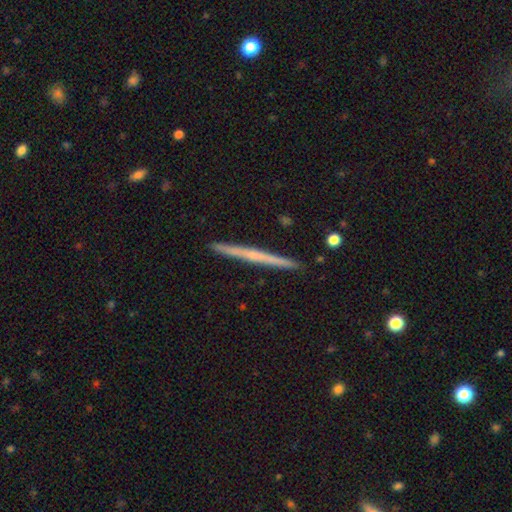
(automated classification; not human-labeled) Q: Smooth or featured?
A: featured or disk (61%); runner-up: smooth (33%)
Q: Edge-on disk?
A: yes (98%); runner-up: no (2%)
Q: Edge-on bulge?
A: none (70%); runner-up: rounded (26%)
Q: Merging?
A: none (93%); runner-up: minor disturbance (5%)